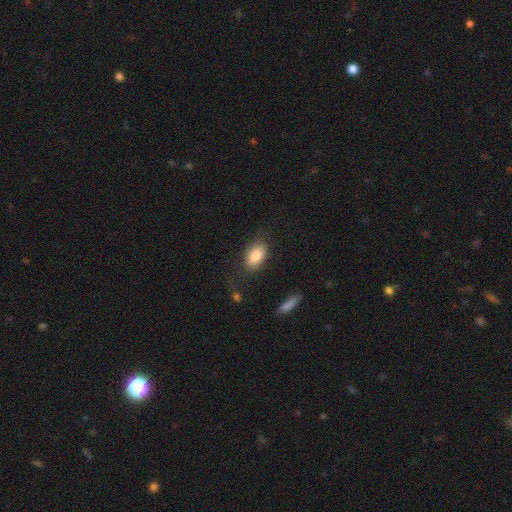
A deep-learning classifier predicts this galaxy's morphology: Smooth or featured? smooth (84%)
How rounded? in between (89%)
Merging? none (76%)